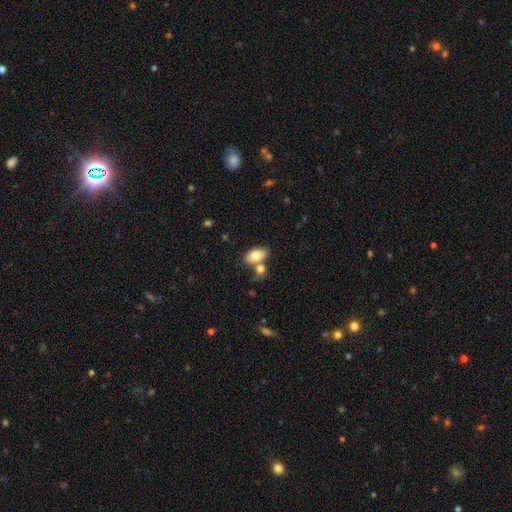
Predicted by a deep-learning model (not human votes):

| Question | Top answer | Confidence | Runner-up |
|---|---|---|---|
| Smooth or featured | smooth | 79% | featured or disk (14%) |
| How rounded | in between | 91% | round (6%) |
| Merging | none | 50% | merger (34%) |